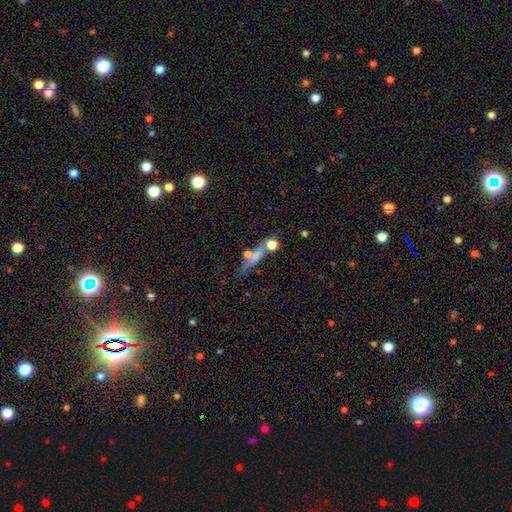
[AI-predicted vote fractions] A smooth galaxy with no disk features (49%). Merging: none (59%).